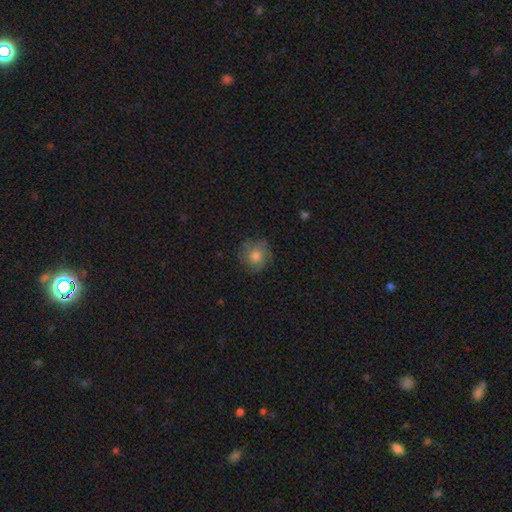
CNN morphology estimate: A smooth galaxy with no disk features (65%) that is round (88%). Merging: none (77%).